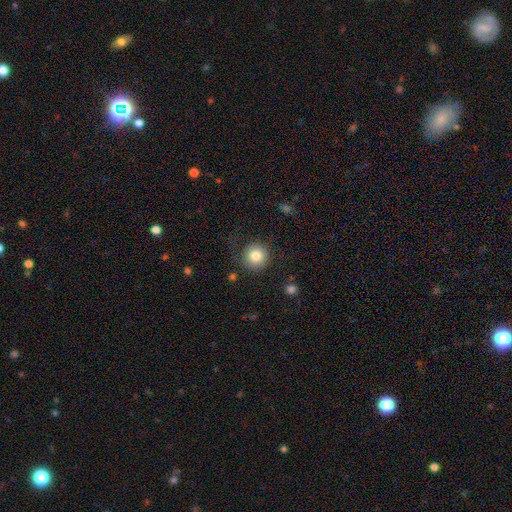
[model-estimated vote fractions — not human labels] A smooth galaxy with no disk features (82%) that is round (94%).

Vote fractions:
- Smooth or featured? smooth: 82% / star or artifact: 10% / featured or disk: 9%
- How rounded? round: 94% / in between: 5% / cigar-shaped: 1%
- Merging? none: 76% / minor disturbance: 14% / major disturbance: 9% / merger: 2%